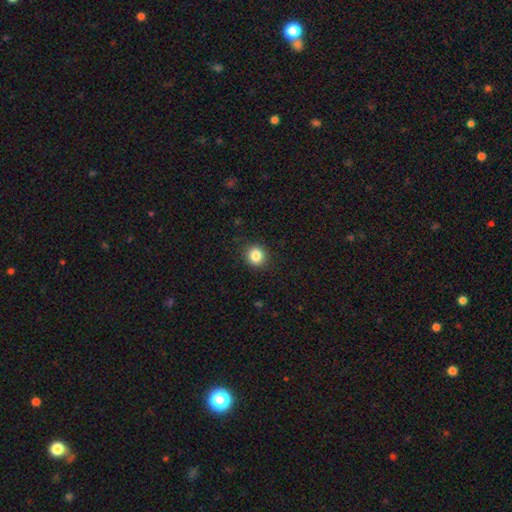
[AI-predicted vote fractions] Smooth or featured? smooth (84%)
How rounded? round (88%)
Merging? none (90%)